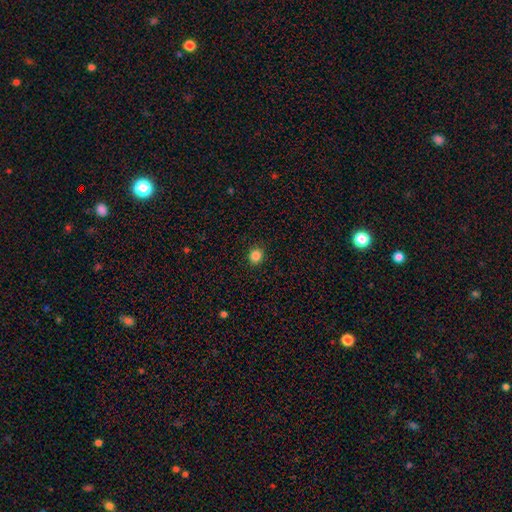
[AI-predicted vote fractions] Overall: smooth (85%). How rounded: round (80%). Merging: none (91%).